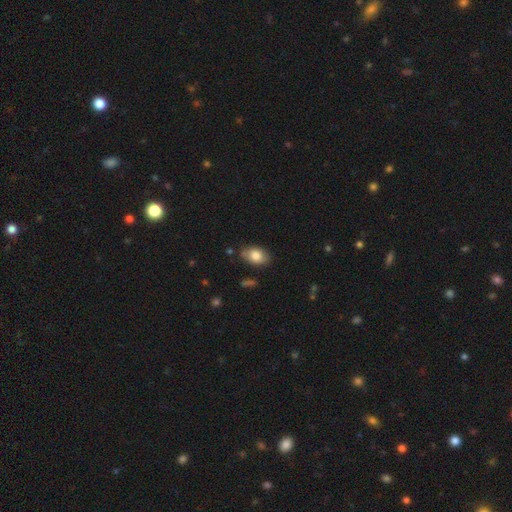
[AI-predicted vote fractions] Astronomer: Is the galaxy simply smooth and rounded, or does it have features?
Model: smooth — 82%.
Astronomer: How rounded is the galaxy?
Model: in between — 86%.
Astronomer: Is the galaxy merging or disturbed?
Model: none — 76%.